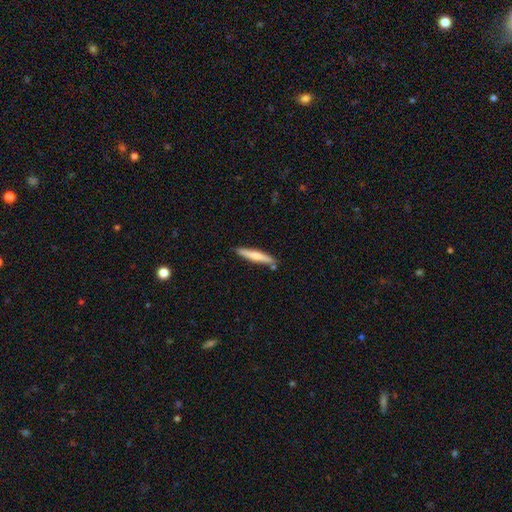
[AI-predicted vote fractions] smooth 62%, featured or disk 32%, star or artifact 5%. Down the decision tree: how rounded — cigar-shaped (93%); merging — none (85%).